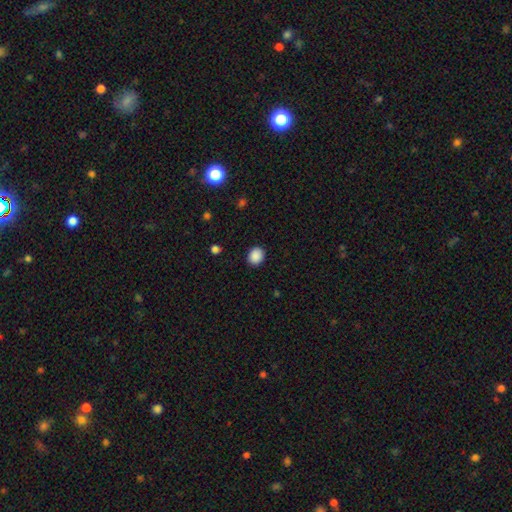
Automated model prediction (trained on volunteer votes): Smooth or featured? smooth (89%)
How rounded? round (64%)
Merging? none (89%)